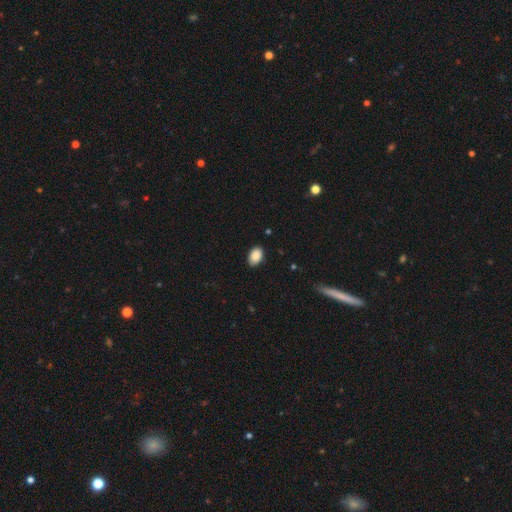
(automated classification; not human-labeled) smooth_or_featured: smooth (p=0.88) [alt: star or artifact p=0.07]
how_rounded: in between (p=0.88) [alt: round p=0.11]
merging: none (p=0.87) [alt: minor disturbance p=0.10]